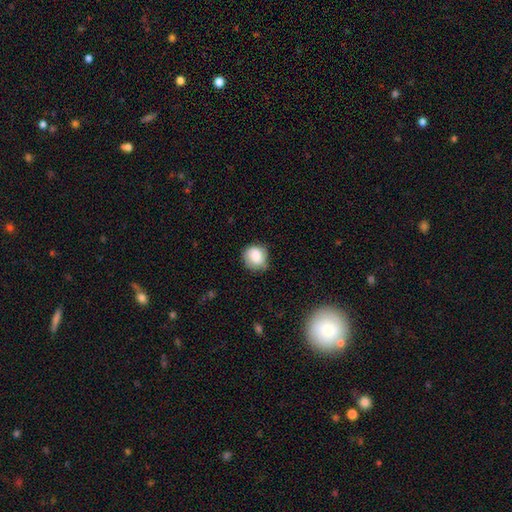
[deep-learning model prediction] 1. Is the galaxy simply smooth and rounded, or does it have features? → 83% smooth, 9% featured or disk, 8% star or artifact.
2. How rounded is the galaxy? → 82% round, 17% in between, 1% cigar-shaped.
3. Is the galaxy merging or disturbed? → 67% none, 26% minor disturbance, 6% major disturbance, 2% merger.